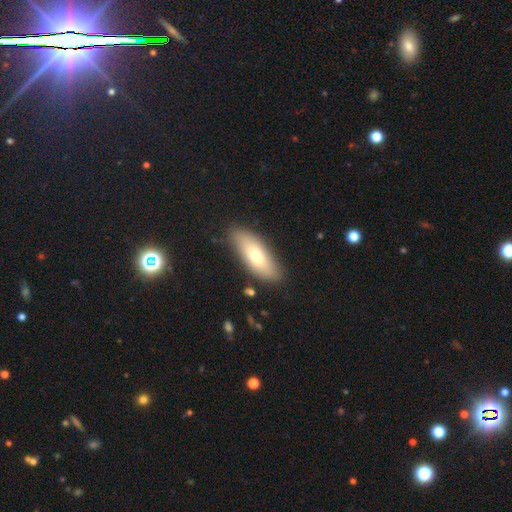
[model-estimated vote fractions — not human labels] Smooth or featured? Predicted: smooth (p=0.71). How rounded? Predicted: in between (p=0.73). Merging? Predicted: none (p=0.85).